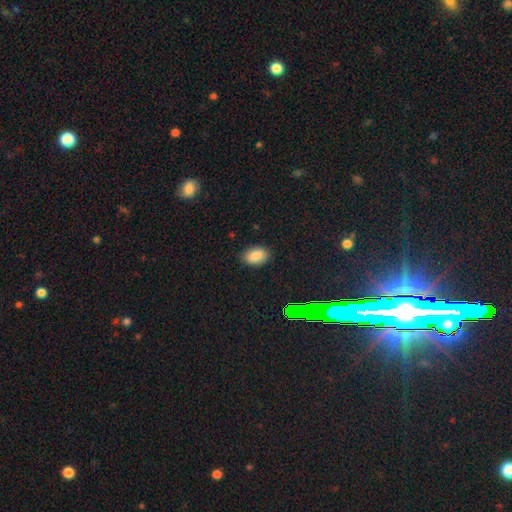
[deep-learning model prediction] This appears to be a smooth galaxy with no disk features (85%) that is in between round and cigar-shaped (88%). Merging: none (86%).